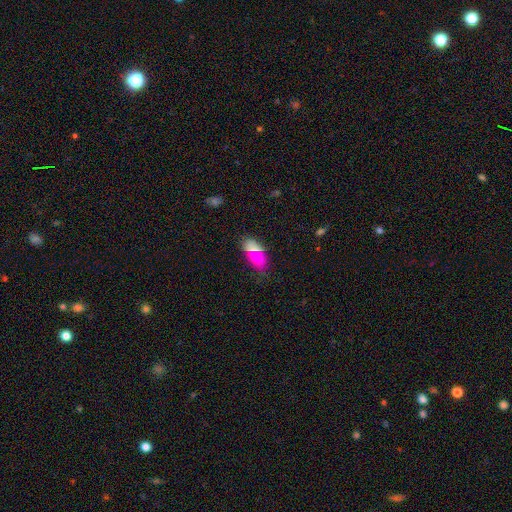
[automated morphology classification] smooth 68%, star or artifact 19%, featured or disk 12%. Down the decision tree: how rounded — in between (84%); merging — none (77%).